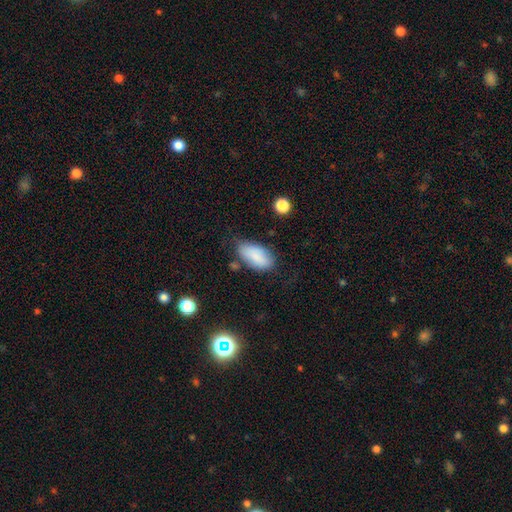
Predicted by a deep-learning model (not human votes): A smooth galaxy with no disk features (84%) that is in between round and cigar-shaped (93%).

Vote fractions:
- Smooth or featured? smooth: 84% / featured or disk: 9% / star or artifact: 7%
- How rounded? in between: 93% / cigar-shaped: 4% / round: 3%
- Merging? none: 64% / minor disturbance: 24% / major disturbance: 7% / merger: 5%